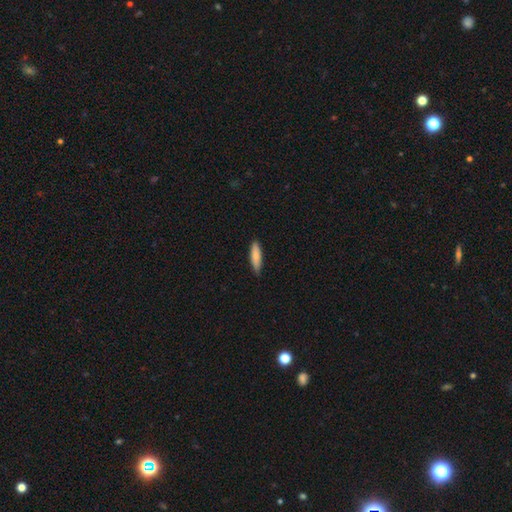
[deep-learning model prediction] smooth_or_featured: smooth (p=0.81) [alt: featured or disk p=0.14]
how_rounded: cigar-shaped (p=0.70) [alt: in between p=0.29]
merging: none (p=0.86) [alt: minor disturbance p=0.11]